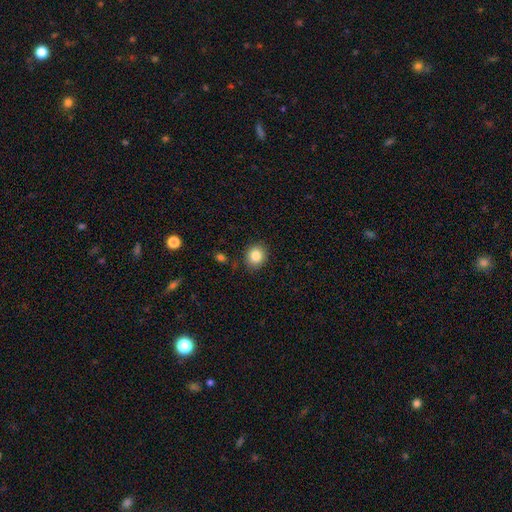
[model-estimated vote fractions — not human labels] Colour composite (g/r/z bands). It shows a smooth galaxy with no disk features (85%) that is round (77%). Merging: none (87%).